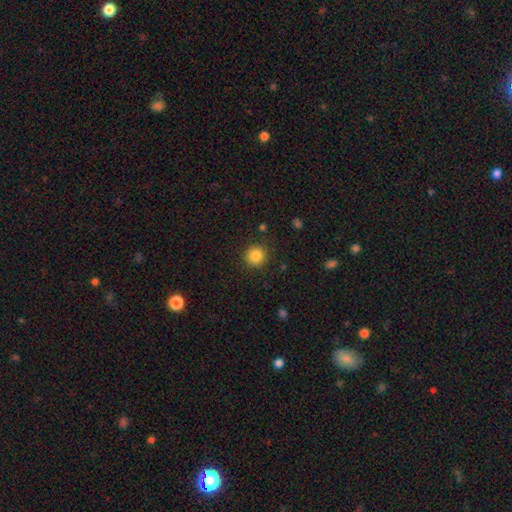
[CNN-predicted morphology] type=smooth (85%); roundness=round (94%); merging=none (90%).